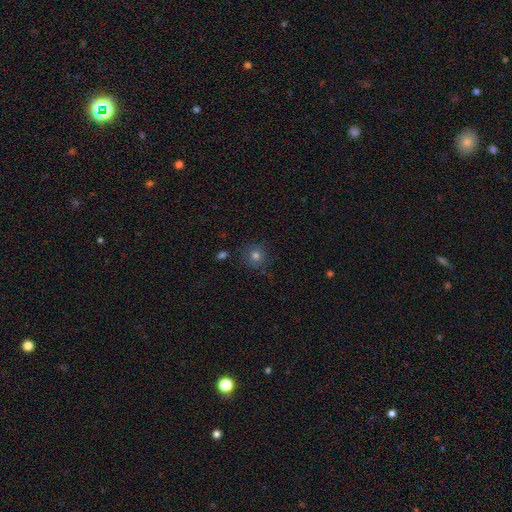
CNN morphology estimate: A smooth galaxy with no disk features (73%) that is round (92%). Merging: none (83%).